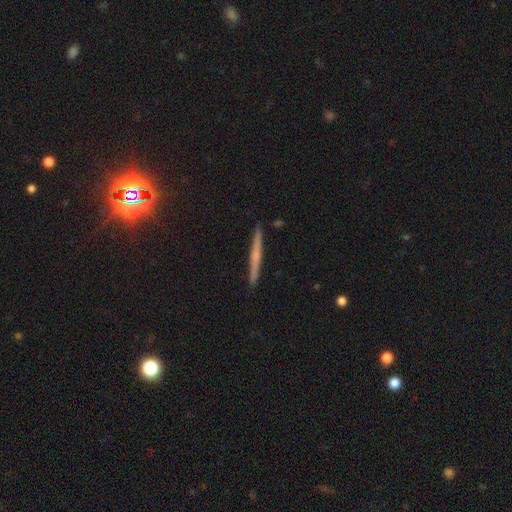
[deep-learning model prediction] The model was most divided on "smooth or featured": featured or disk: 54%, smooth: 38%, star or artifact: 8%. More confident: edge-on disk — yes (98%); merging — none (92%); edge-on bulge — none (61%).